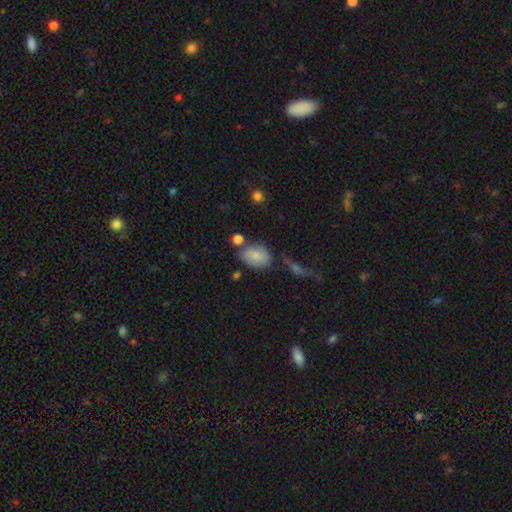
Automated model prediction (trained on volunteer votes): Smooth or featured? Predicted: smooth (p=0.71). How rounded? Predicted: in between (p=0.76). Merging? Predicted: none (p=0.62).